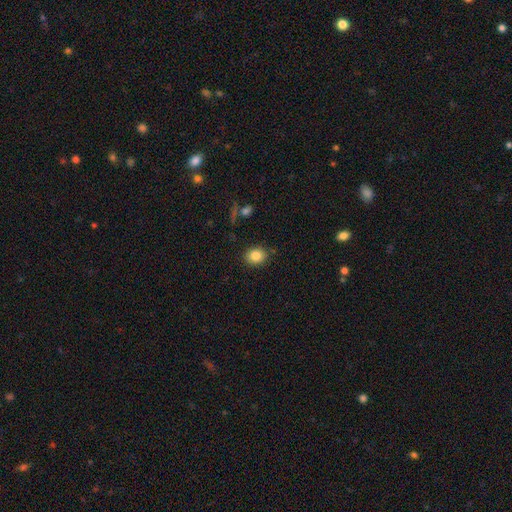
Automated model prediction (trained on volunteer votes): Smooth or featured?
  - smooth: 85% *
  - star or artifact: 9%
  - featured or disk: 6%
How rounded?
  - round: 53% *
  - in between: 46%
  - cigar-shaped: 1%
Merging?
  - none: 84% *
  - minor disturbance: 11%
  - major disturbance: 3%
  - merger: 2%